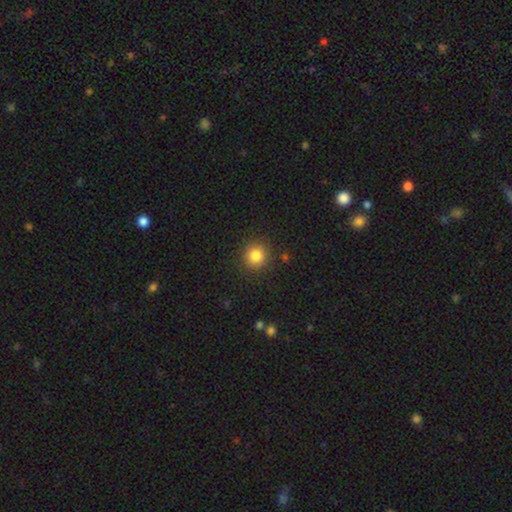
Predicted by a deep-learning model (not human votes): Smooth or featured? Predicted: smooth (p=0.84). How rounded? Predicted: round (p=0.91). Merging? Predicted: none (p=0.90).